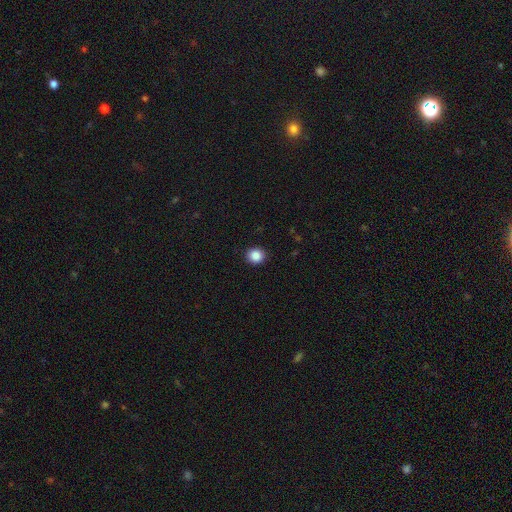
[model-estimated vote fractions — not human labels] Smooth or featured? smooth (88%)
How rounded? round (85%)
Merging? none (92%)